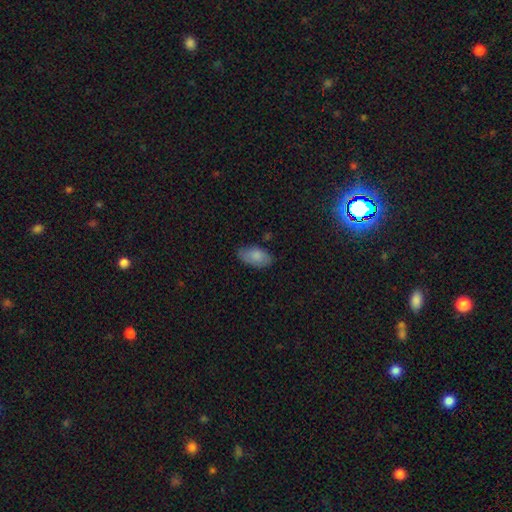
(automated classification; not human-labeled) A smooth galaxy with no disk features (84%) that is in between round and cigar-shaped (94%).

Vote fractions:
- Smooth or featured? smooth: 84% / featured or disk: 10% / star or artifact: 7%
- How rounded? in between: 94% / cigar-shaped: 3% / round: 3%
- Merging? none: 76% / minor disturbance: 19% / major disturbance: 4% / merger: 1%